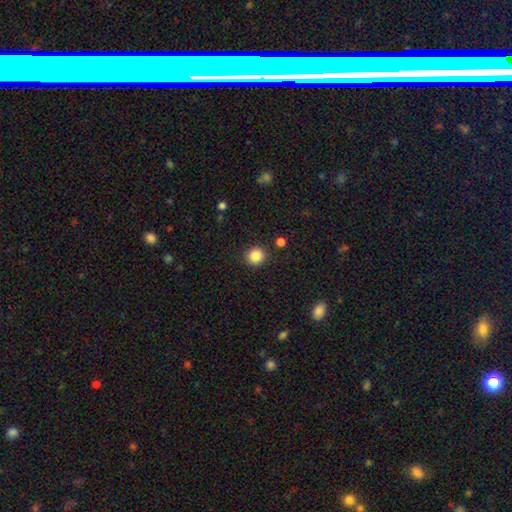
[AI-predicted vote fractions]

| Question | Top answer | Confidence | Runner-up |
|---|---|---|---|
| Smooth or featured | smooth | 86% | star or artifact (11%) |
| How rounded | round | 91% | in between (8%) |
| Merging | none | 89% | minor disturbance (6%) |